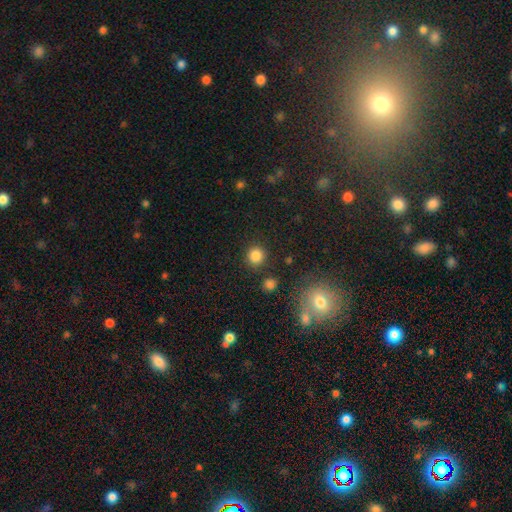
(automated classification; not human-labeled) A smooth galaxy with no disk features (84%) that is round (92%). Merging: none (87%).